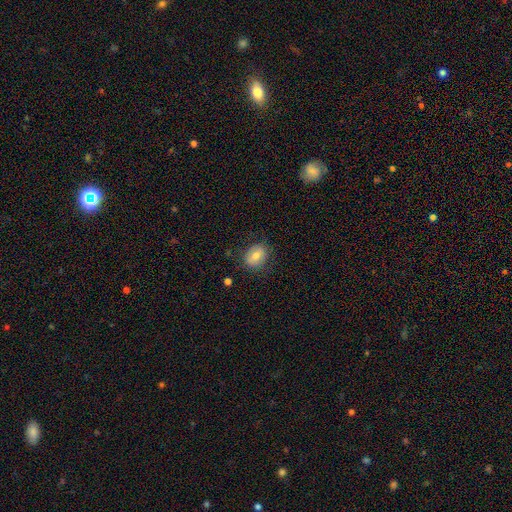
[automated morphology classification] The model was most divided on "how rounded": round: 53%, in between: 46%, cigar-shaped: 1%. More confident: merging — none (81%); smooth or featured — smooth (70%).